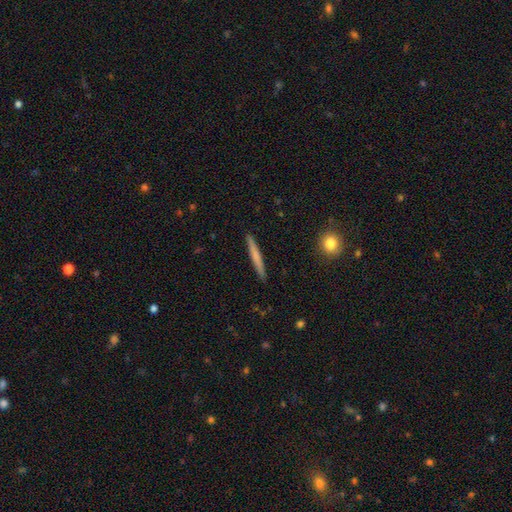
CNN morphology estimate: The model was most divided on "smooth or featured": smooth: 62%, featured or disk: 33%, star or artifact: 6%. More confident: how rounded — cigar-shaped (96%); merging — none (92%).